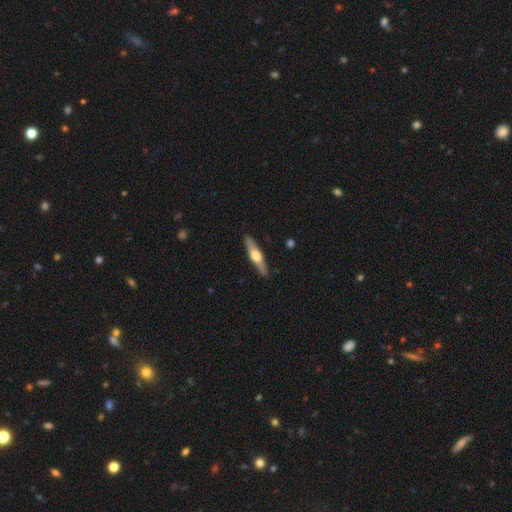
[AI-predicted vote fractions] Morphology: type=featured or disk (60%); edge-on=yes (94%); edge-on bulge=rounded (94%); merging=none (89%).